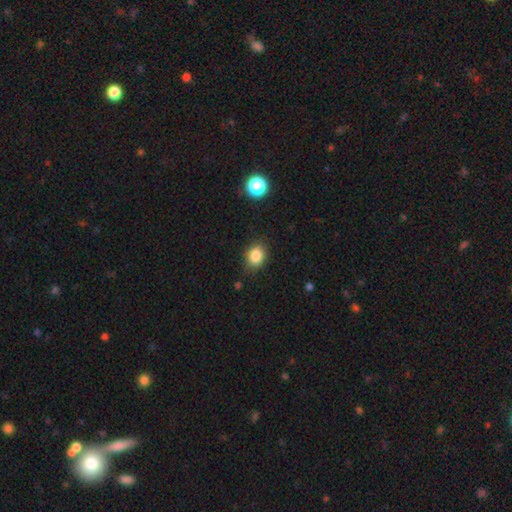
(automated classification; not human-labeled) Smooth or featured: smooth — 84% (star or artifact — 10%)
How rounded: in between — 57% (round — 42%)
Merging: none — 81% (minor disturbance — 15%)